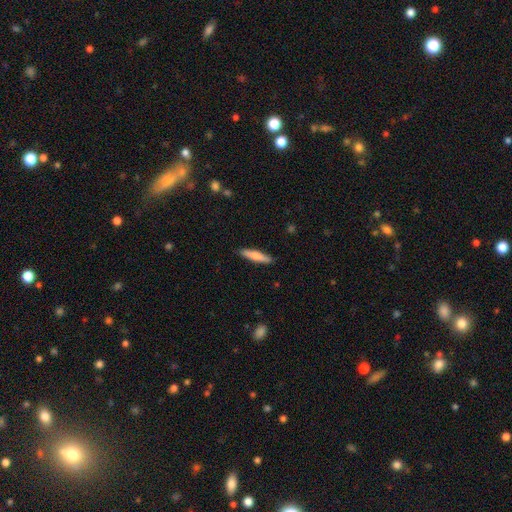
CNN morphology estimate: Smooth or featured: smooth — 69% (featured or disk — 26%)
How rounded: cigar-shaped — 83% (in between — 16%)
Merging: none — 89% (minor disturbance — 8%)